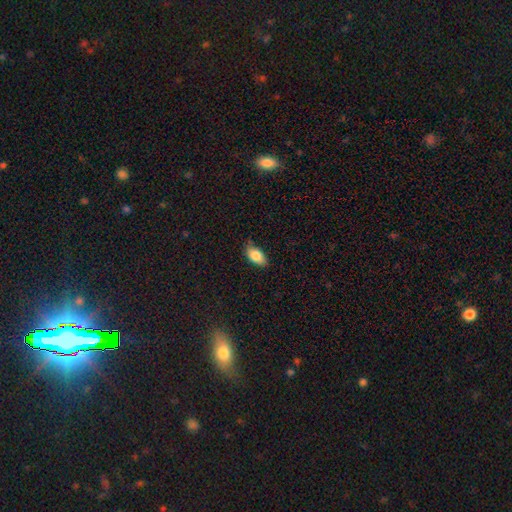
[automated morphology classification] The model was most divided on "merging": none: 71%, minor disturbance: 24%, major disturbance: 4%, merger: 1%. More confident: how rounded — in between (92%); smooth or featured — smooth (83%).